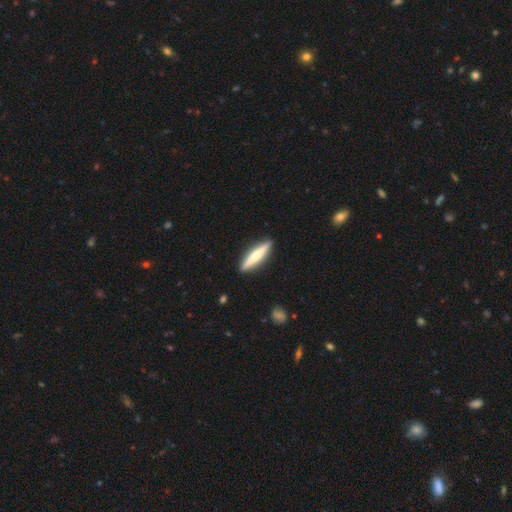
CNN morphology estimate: Overall: smooth (50%; featured or disk 45%). Merging: none (91%).